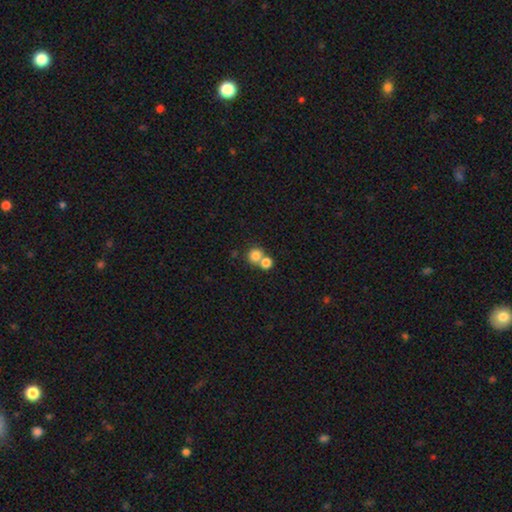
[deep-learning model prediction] The model was most divided on "merging": merger: 48%, none: 44%, minor disturbance: 6%, major disturbance: 2%. More confident: how rounded — round (87%); smooth or featured — smooth (80%).